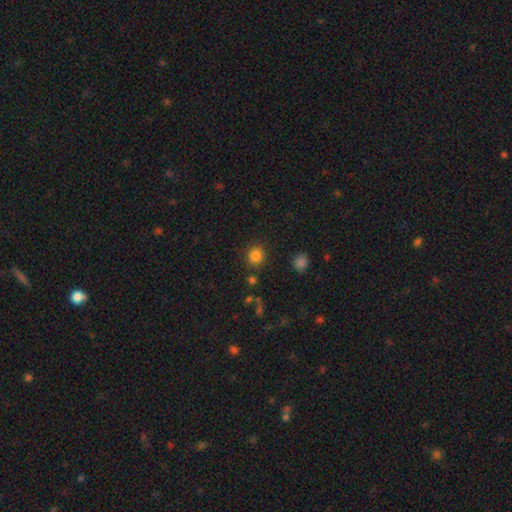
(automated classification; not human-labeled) A smooth galaxy with no disk features (83%) that is round (90%).

Vote fractions:
- Smooth or featured? smooth: 83% / star or artifact: 12% / featured or disk: 5%
- How rounded? round: 90% / in between: 9% / cigar-shaped: 1%
- Merging? none: 85% / minor disturbance: 8% / merger: 4% / major disturbance: 3%